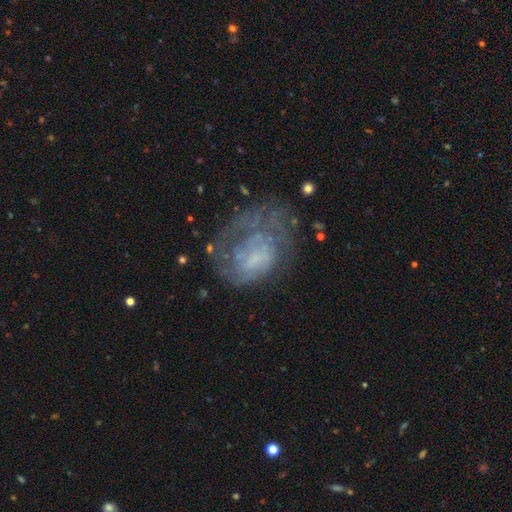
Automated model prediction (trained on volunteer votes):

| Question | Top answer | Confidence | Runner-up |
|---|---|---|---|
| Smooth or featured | featured or disk | 61% | smooth (26%) |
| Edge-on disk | no | 97% | yes (3%) |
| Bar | no | 72% | weak (23%) |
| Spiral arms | no | 52% | yes (48%) |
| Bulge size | none | 58% | small (18%) |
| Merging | none | 41% | major disturbance (34%) |